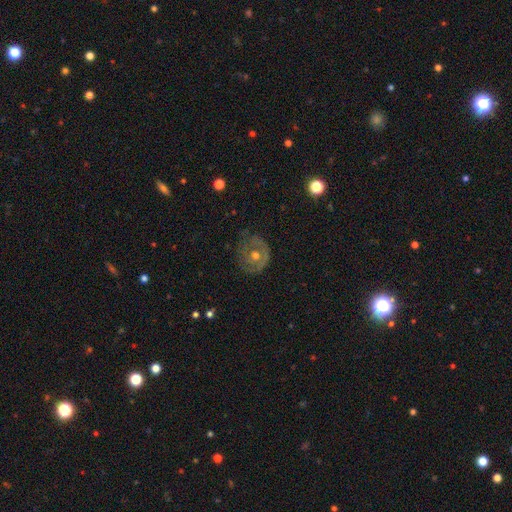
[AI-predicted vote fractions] Smooth or featured? Predicted: featured or disk (p=0.61). Edge-on disk? Predicted: no (p=0.96). Bar? Predicted: no (p=0.84). Spiral arms? Predicted: no (p=0.51). Bulge size? Predicted: moderate (p=0.72). Merging? Predicted: none (p=0.63).